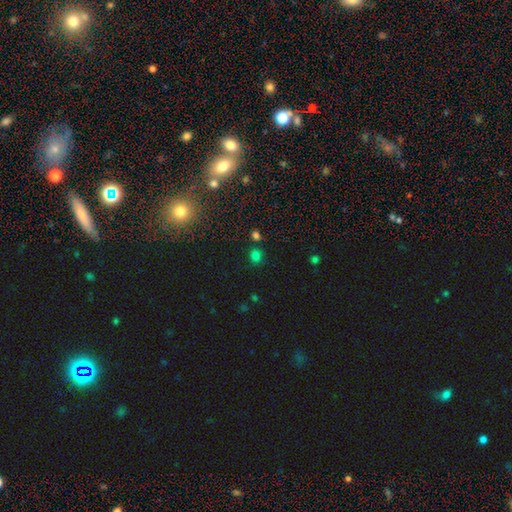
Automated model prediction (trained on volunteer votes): A smooth galaxy with no disk features (72%) that is round (76%). Merging: none (80%).